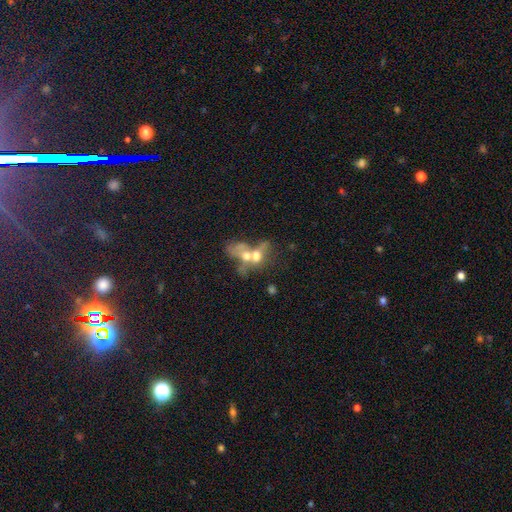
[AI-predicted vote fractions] A smooth galaxy with no disk features (49%). Merging: merger (73%).